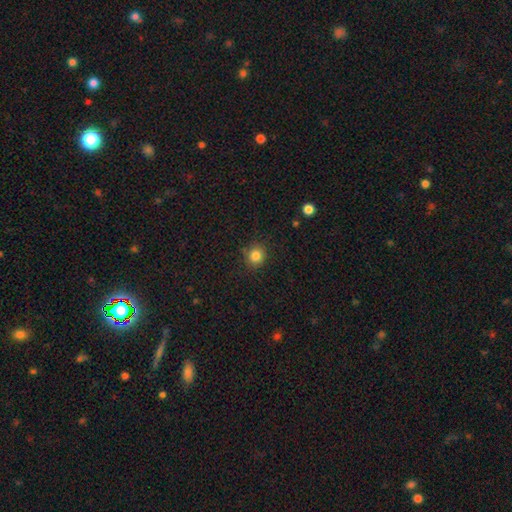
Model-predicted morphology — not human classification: smooth_or_featured: smooth (p=0.84) [alt: star or artifact p=0.12]
how_rounded: round (p=0.89) [alt: in between p=0.11]
merging: none (p=0.87) [alt: minor disturbance p=0.09]